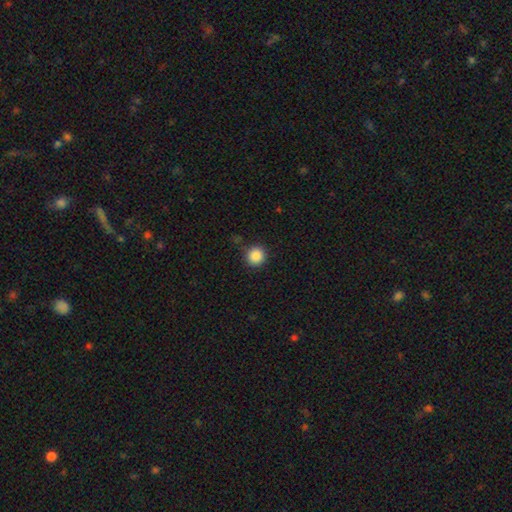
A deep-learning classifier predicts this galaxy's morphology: Smooth or featured?
  - smooth: 88% *
  - star or artifact: 9%
  - featured or disk: 3%
How rounded?
  - round: 94% *
  - in between: 5%
  - cigar-shaped: 1%
Merging?
  - none: 88% *
  - minor disturbance: 8%
  - major disturbance: 2%
  - merger: 2%